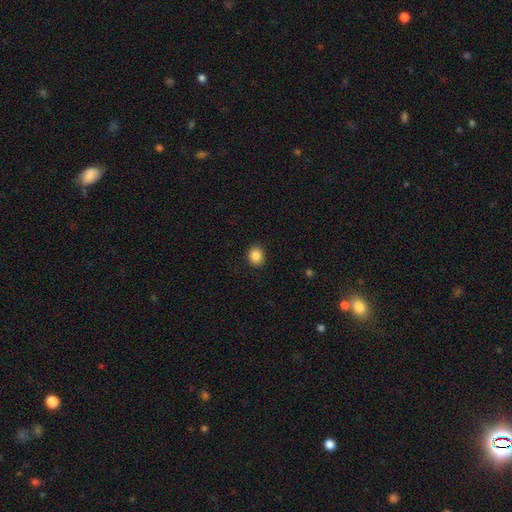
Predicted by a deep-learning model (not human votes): The model was most divided on "how rounded": round: 74%, in between: 25%, cigar-shaped: 1%. More confident: merging — none (90%); smooth or featured — smooth (87%).